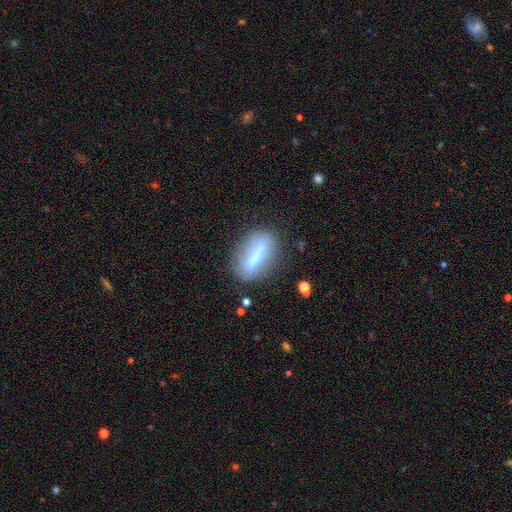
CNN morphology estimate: Smooth or featured? Predicted: smooth (p=0.59). How rounded? Predicted: in between (p=0.51). Merging? Predicted: none (p=0.75).